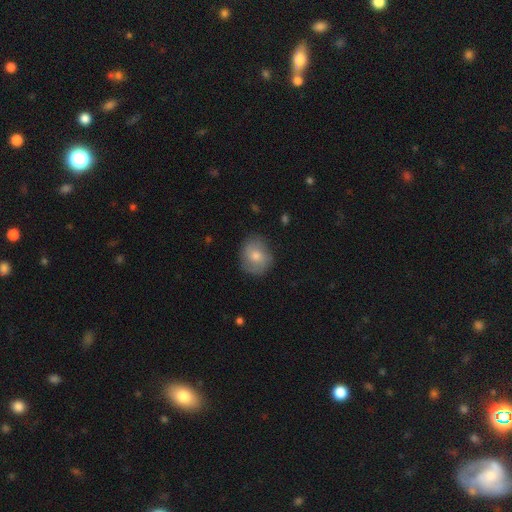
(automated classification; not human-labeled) Overall: smooth (59%; featured or disk 33%). How rounded: round (73%). Merging: none (78%).